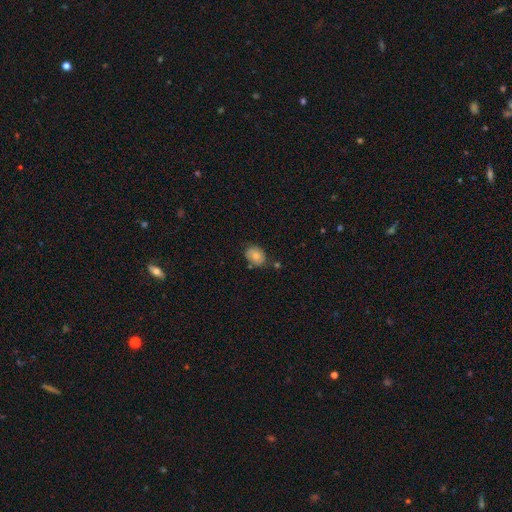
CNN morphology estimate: smooth-or-featured: smooth: 73% | featured or disk: 18% | star or artifact: 9%
  how-rounded: in between: 62% | round: 37% | cigar-shaped: 1%
  merging: none: 67% | minor disturbance: 22% | merger: 6% | major disturbance: 5%